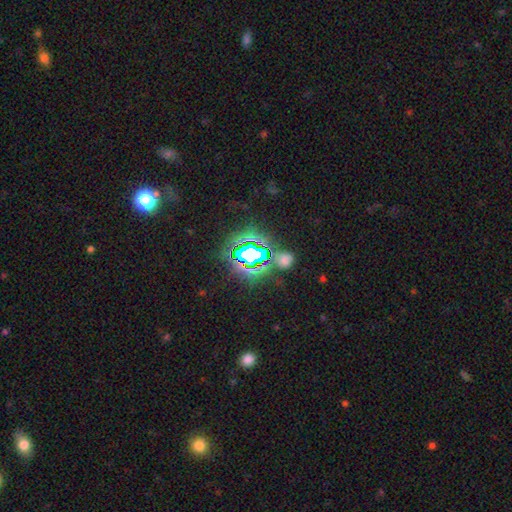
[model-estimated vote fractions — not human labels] Smooth or featured?
  - star or artifact: 75% *
  - smooth: 15%
  - featured or disk: 10%